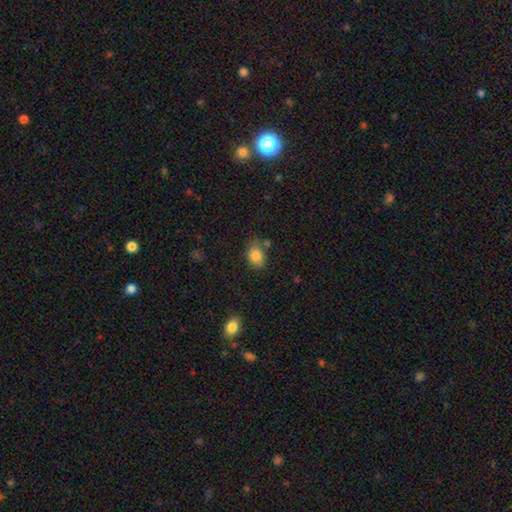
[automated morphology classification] smooth_or_featured: smooth (p=0.85) [alt: star or artifact p=0.09]
how_rounded: in between (p=0.72) [alt: round p=0.27]
merging: none (p=0.65) [alt: minor disturbance p=0.23]